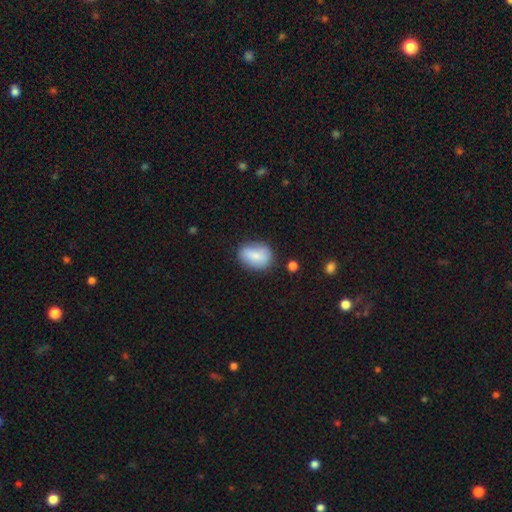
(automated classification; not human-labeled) smooth-or-featured: smooth: 80% | featured or disk: 13% | star or artifact: 8%
  how-rounded: in between: 75% | round: 24% | cigar-shaped: 2%
  merging: none: 65% | minor disturbance: 24% | major disturbance: 6% | merger: 5%